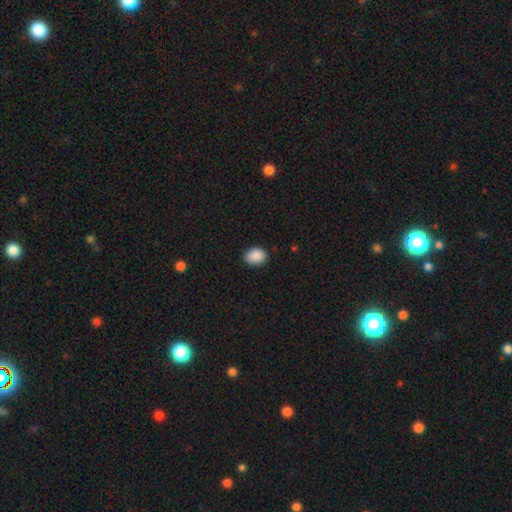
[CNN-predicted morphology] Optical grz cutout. It shows a smooth galaxy with no disk features (89%) that is in between round and cigar-shaped (65%). Merging: none (82%).